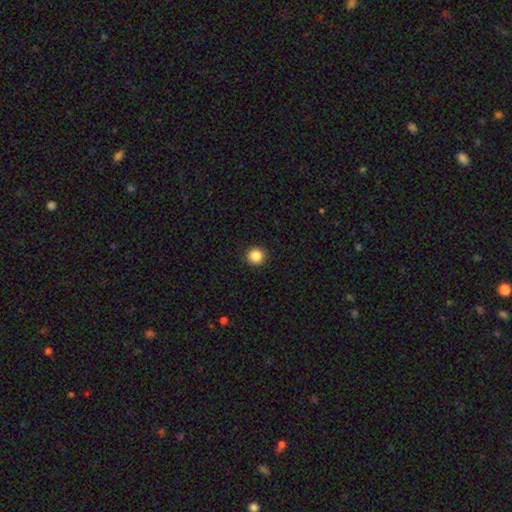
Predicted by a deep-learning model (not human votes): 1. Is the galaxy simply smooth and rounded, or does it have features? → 86% smooth, 10% star or artifact, 3% featured or disk.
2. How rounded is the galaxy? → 95% round, 4% in between, 1% cigar-shaped.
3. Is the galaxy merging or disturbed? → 93% none, 5% minor disturbance, 2% major disturbance, 1% merger.